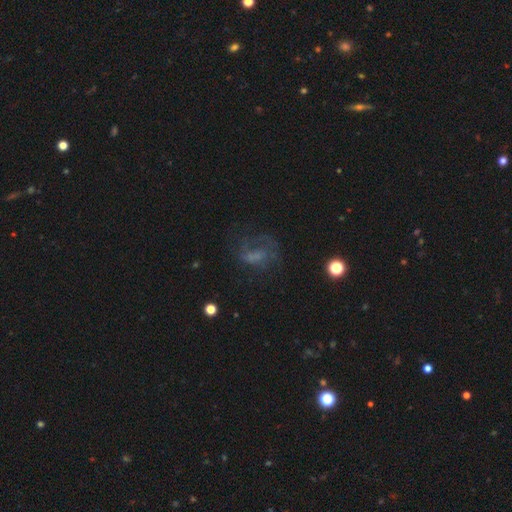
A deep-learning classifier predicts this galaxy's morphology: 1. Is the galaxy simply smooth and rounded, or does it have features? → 48% featured or disk, 30% smooth, 22% star or artifact.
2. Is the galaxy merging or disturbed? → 45% none, 34% major disturbance, 19% minor disturbance, 3% merger.